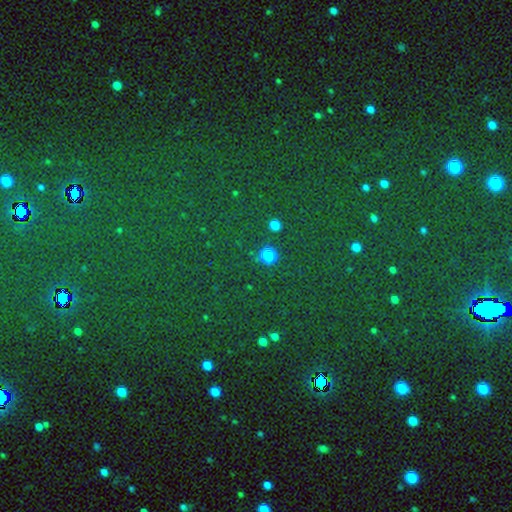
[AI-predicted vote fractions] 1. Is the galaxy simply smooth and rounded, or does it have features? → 78% star or artifact, 13% smooth, 8% featured or disk.